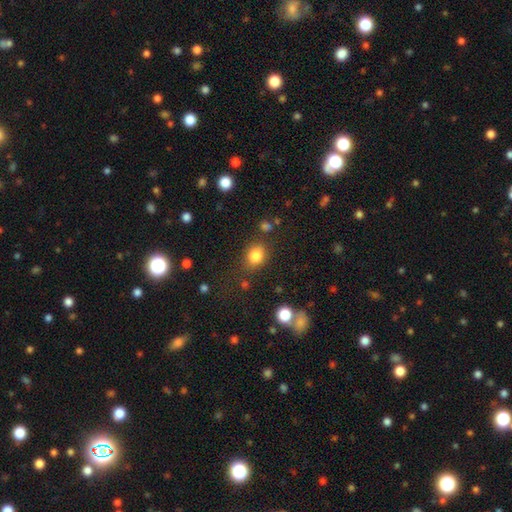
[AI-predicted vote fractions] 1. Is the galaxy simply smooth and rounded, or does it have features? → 84% smooth, 11% star or artifact, 6% featured or disk.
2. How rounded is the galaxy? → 52% in between, 46% round, 1% cigar-shaped.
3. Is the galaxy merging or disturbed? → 75% none, 15% minor disturbance, 5% major disturbance, 5% merger.